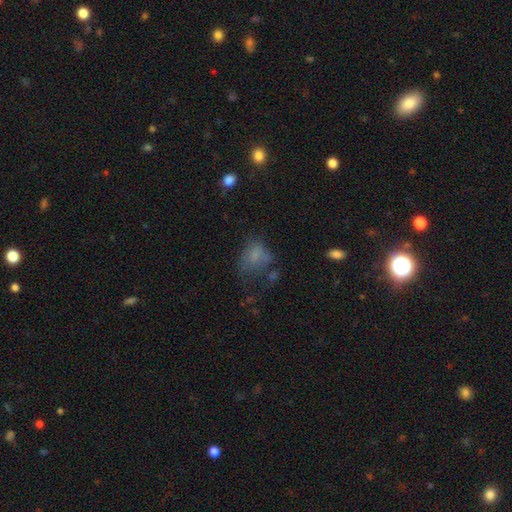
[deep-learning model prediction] This is likely a smooth galaxy (64%). How rounded: likely in between (62%). Merging: marginally none (37%).